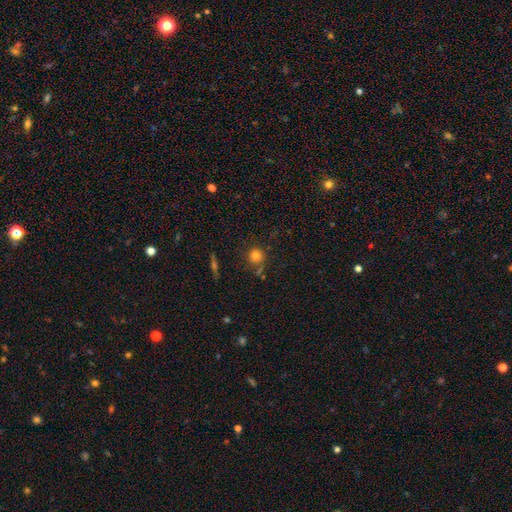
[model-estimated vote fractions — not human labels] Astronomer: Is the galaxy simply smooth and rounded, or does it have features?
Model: smooth — 79%.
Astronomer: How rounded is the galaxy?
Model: round — 92%.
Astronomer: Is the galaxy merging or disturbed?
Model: none — 75%.